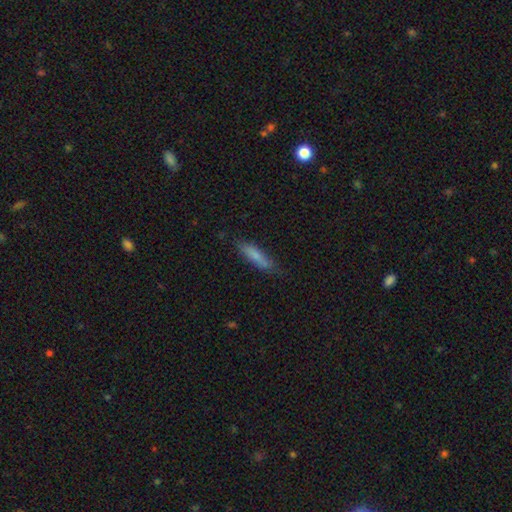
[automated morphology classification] type=smooth (77%); roundness=cigar-shaped (74%); merging=none (74%).